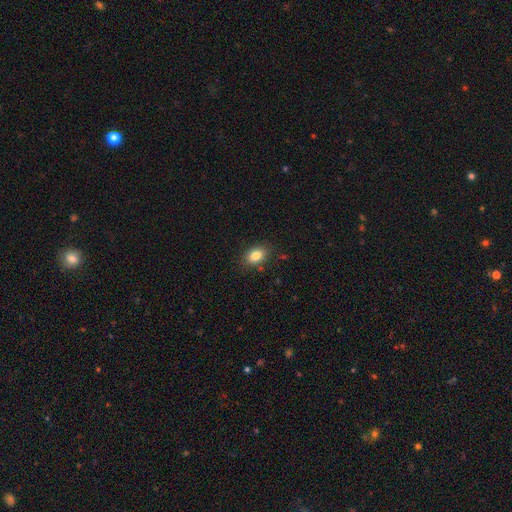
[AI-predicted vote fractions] The model was most divided on "how rounded": in between: 83%, round: 15%, cigar-shaped: 2%. More confident: merging — none (85%); smooth or featured — smooth (84%).